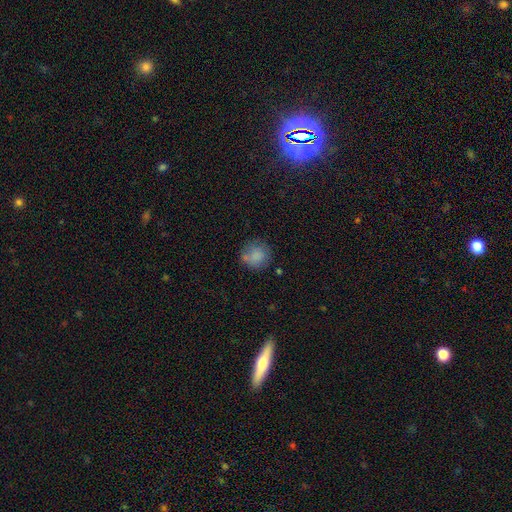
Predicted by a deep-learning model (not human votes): A smooth galaxy with no disk features (81%) that is round (87%). Merging: none (67%).